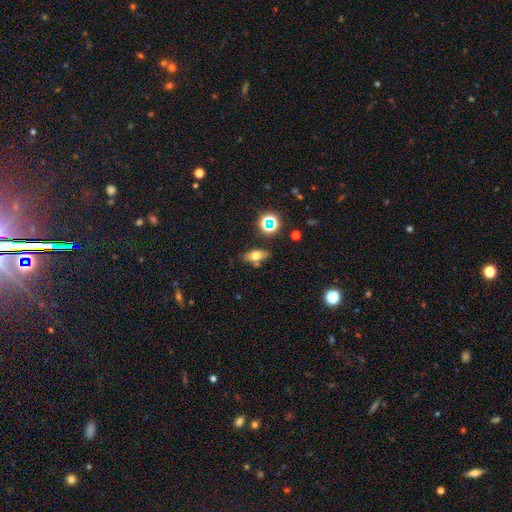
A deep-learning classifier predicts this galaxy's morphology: smooth 60%, featured or disk 24%, star or artifact 15%. Down the decision tree: how rounded — in between (73%); merging — none (75%).